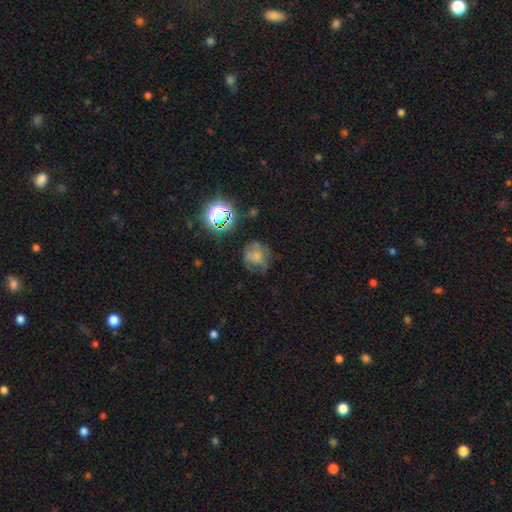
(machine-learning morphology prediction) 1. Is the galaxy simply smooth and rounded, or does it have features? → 55% smooth, 25% featured or disk, 20% star or artifact.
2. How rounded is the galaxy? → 81% round, 18% in between, 1% cigar-shaped.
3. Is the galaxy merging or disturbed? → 58% none, 24% minor disturbance, 15% major disturbance, 3% merger.